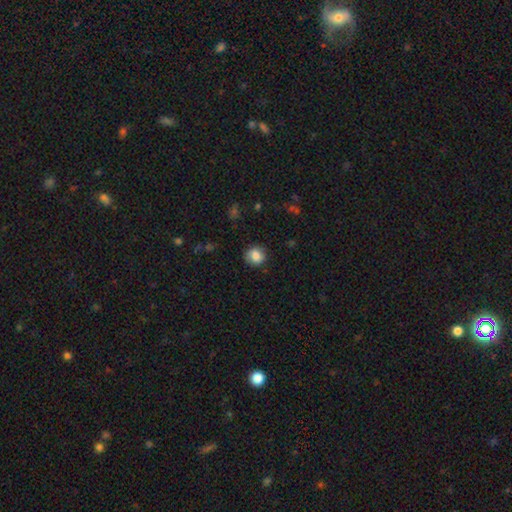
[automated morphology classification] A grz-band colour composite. It shows a smooth galaxy with no disk features (83%) that is round (83%). Merging: none (84%).